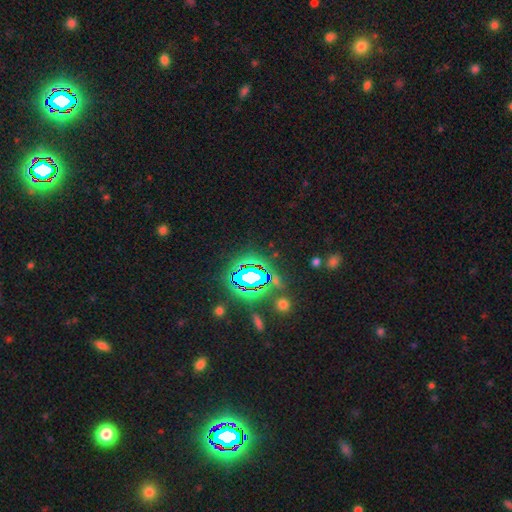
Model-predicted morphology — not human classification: Smooth or featured? star or artifact (82%)